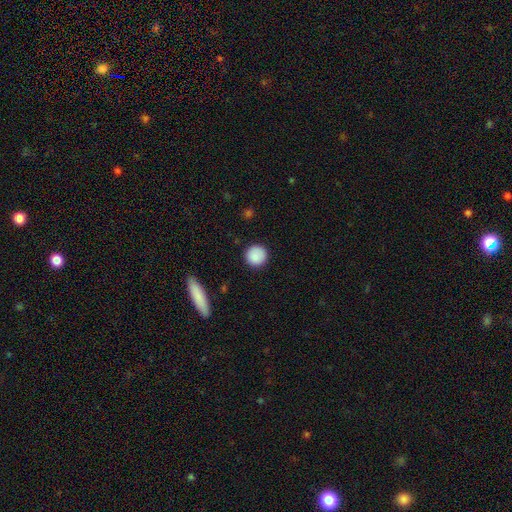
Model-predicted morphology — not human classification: Smooth or featured: smooth — 88% (star or artifact — 8%)
How rounded: round — 95% (in between — 4%)
Merging: none — 90% (minor disturbance — 7%)